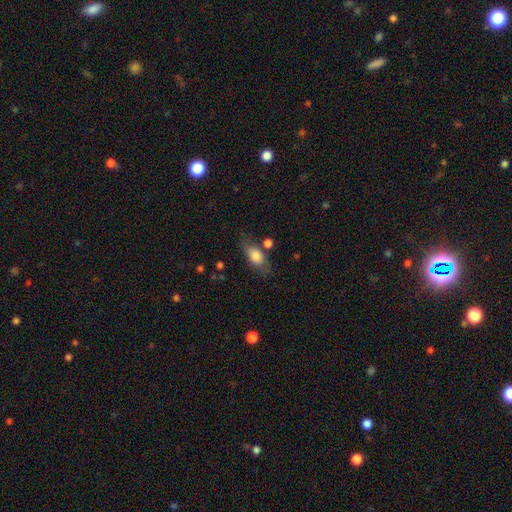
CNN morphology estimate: Smooth or featured? smooth (77%)
How rounded? in between (83%)
Merging? none (63%)